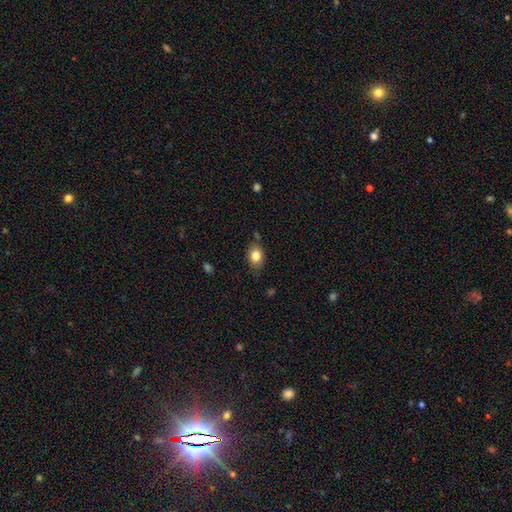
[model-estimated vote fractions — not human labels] A smooth galaxy with no disk features (82%) that is in between round and cigar-shaped (71%).

Vote fractions:
- Smooth or featured? smooth: 82% / star or artifact: 9% / featured or disk: 9%
- How rounded? in between: 71% / round: 28% / cigar-shaped: 1%
- Merging? none: 77% / minor disturbance: 17% / major disturbance: 4% / merger: 3%